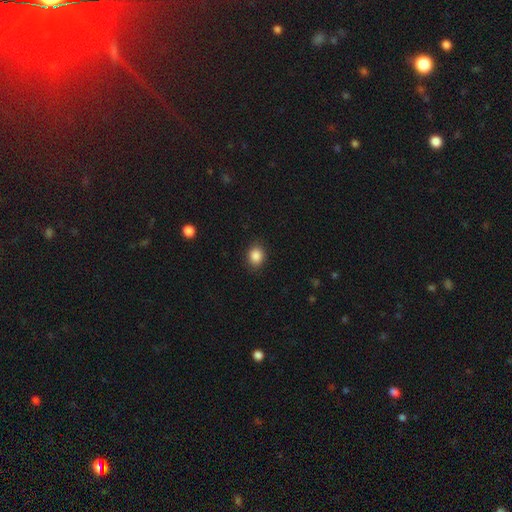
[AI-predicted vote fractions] A smooth galaxy with no disk features (87%) that is round (60%).

Vote fractions:
- Smooth or featured? smooth: 87% / star or artifact: 10% / featured or disk: 4%
- How rounded? round: 60% / in between: 39% / cigar-shaped: 1%
- Merging? none: 87% / minor disturbance: 10% / major disturbance: 3% / merger: 1%